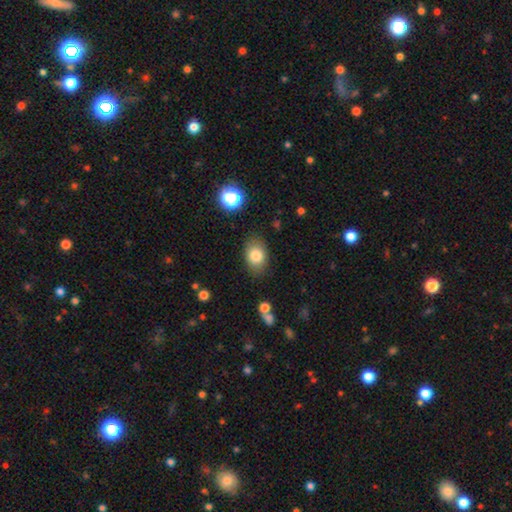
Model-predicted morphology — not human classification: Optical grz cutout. It shows a smooth galaxy with no disk features (82%) that is in between round and cigar-shaped (72%). Merging: none (82%).